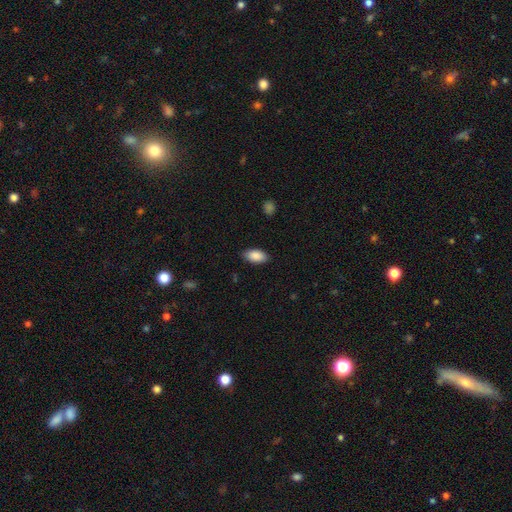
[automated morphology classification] A smooth galaxy with no disk features (89%) that is in between round and cigar-shaped (94%). Merging: none (86%).